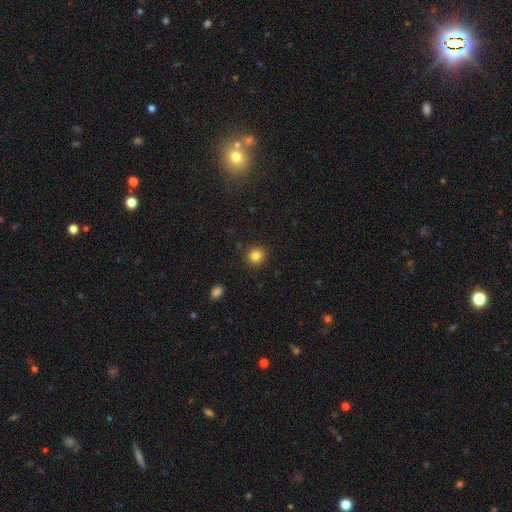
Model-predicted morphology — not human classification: Overall: smooth (83%). How rounded: round (90%). Merging: none (91%).